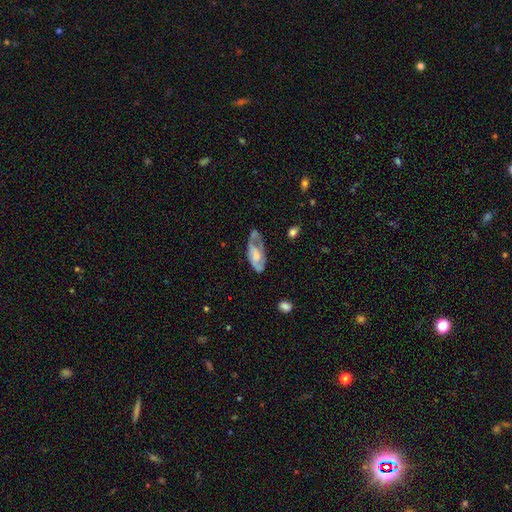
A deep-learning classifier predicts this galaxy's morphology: type=featured or disk (58%); edge-on=no (89%); bar=no (66%); spiral arms=yes (65%); bulge=moderate (34%); merging=none (41%).